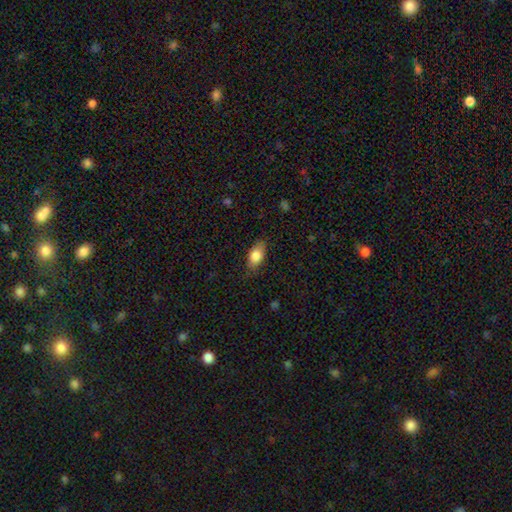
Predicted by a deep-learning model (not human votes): Smooth or featured? smooth (82%)
How rounded? in between (88%)
Merging? none (79%)